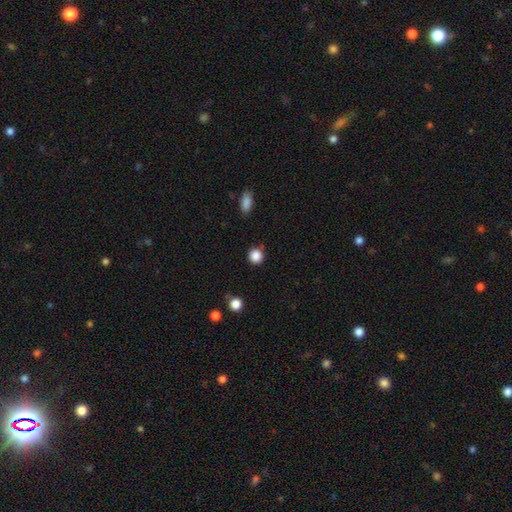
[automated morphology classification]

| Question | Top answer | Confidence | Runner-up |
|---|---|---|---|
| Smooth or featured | smooth | 87% | star or artifact (10%) |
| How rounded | round | 91% | in between (8%) |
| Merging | none | 84% | minor disturbance (11%) |